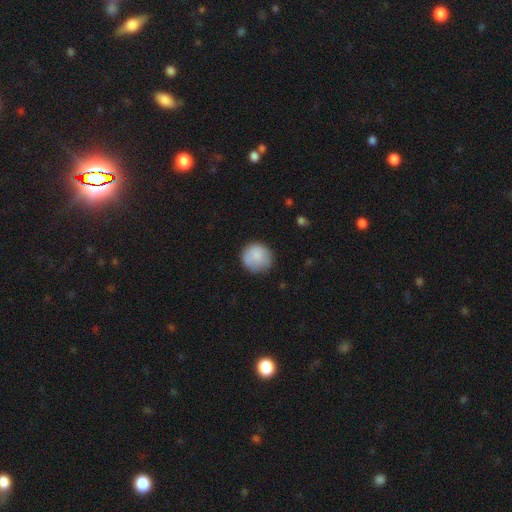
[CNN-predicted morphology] smooth_or_featured: smooth (p=0.84) [alt: featured or disk p=0.09]
how_rounded: round (p=0.92) [alt: in between p=0.07]
merging: none (p=0.79) [alt: minor disturbance p=0.15]